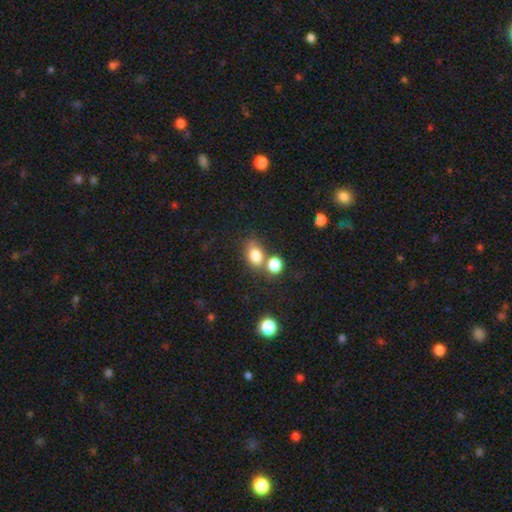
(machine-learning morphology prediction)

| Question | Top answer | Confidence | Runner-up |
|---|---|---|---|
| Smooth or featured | smooth | 80% | star or artifact (11%) |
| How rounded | in between | 72% | round (27%) |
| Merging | none | 50% | merger (32%) |